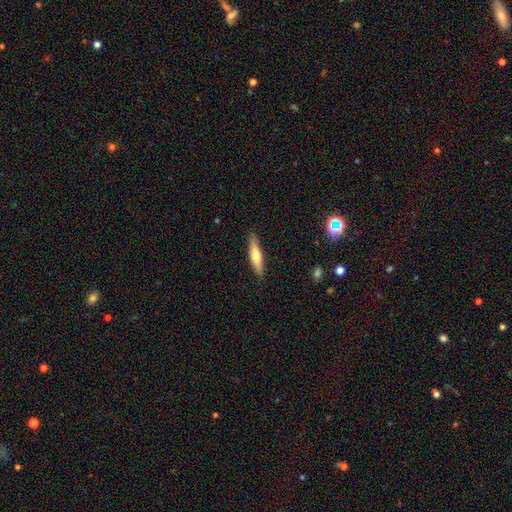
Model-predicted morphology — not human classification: The model was most divided on "smooth or featured": smooth: 56%, featured or disk: 38%, star or artifact: 6%. More confident: merging — none (88%); how rounded — cigar-shaped (80%).